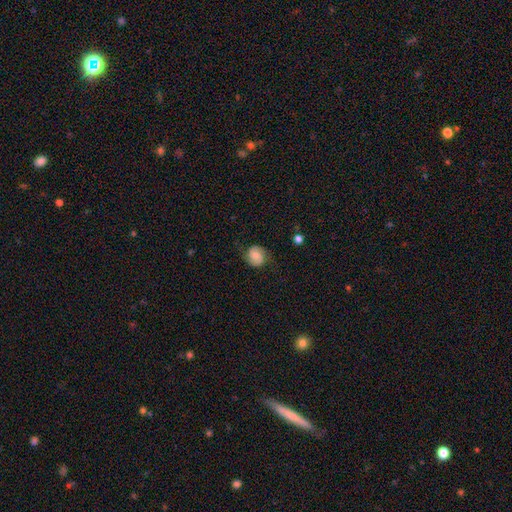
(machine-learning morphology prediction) The model was most divided on "smooth or featured": smooth: 51%, featured or disk: 39%, star or artifact: 10%. More confident: how rounded — round (73%); merging — none (71%).